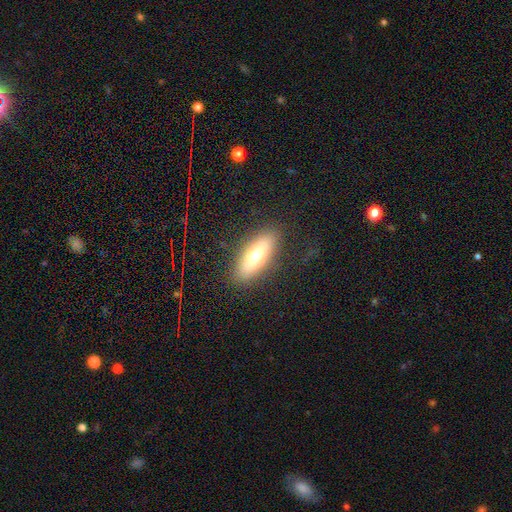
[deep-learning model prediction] Morphology: type=smooth (63%); roundness=in between (64%); merging=none (87%).